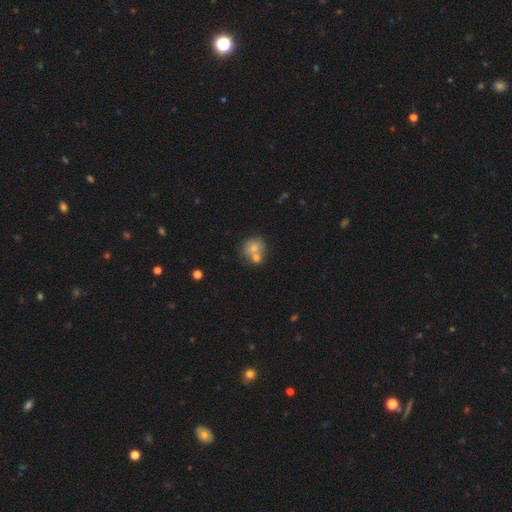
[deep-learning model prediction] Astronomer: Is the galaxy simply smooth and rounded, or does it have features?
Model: smooth — 67%.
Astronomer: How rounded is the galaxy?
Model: round — 82%.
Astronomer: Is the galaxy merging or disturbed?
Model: none — 52% (runner-up: merger, 34%).